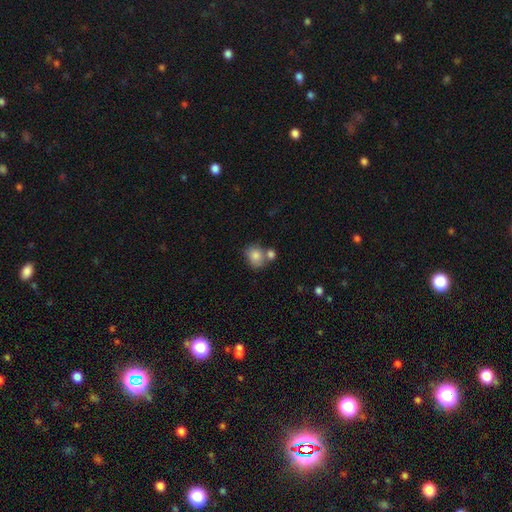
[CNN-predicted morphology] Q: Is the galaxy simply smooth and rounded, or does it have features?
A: smooth — 82%.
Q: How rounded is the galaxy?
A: round — 62%.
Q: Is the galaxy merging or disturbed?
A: none — 49%.